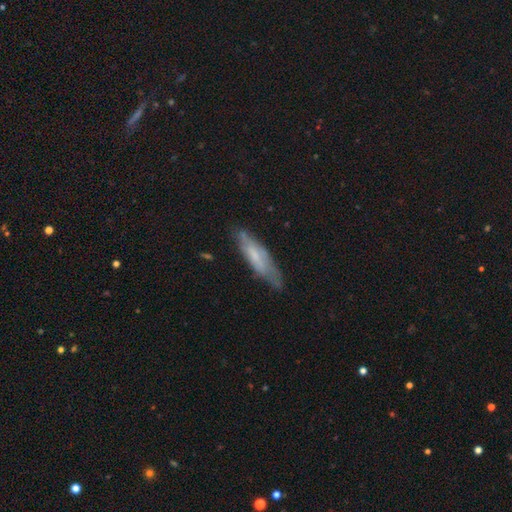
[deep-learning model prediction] A smooth galaxy with no disk features (50%) that is cigar-shaped (71%). Merging: none (66%).